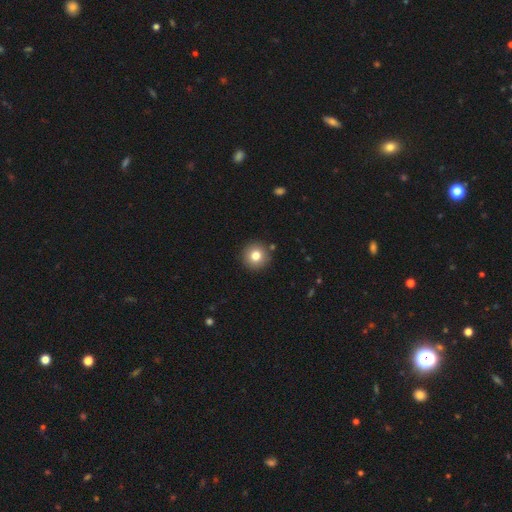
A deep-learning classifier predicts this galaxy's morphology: type=smooth (79%); roundness=round (95%); merging=none (89%).